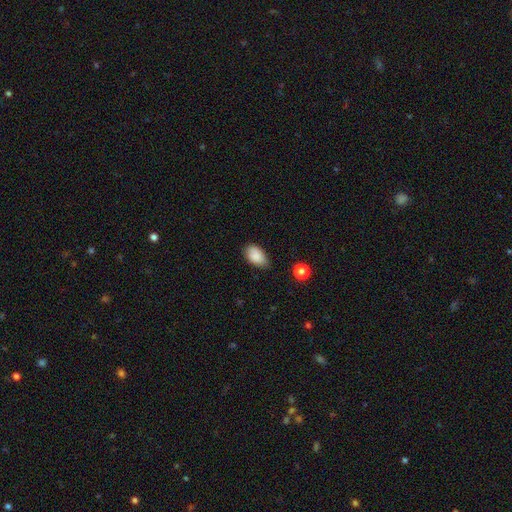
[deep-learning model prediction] A smooth galaxy with no disk features (87%) that is in between round and cigar-shaped (92%).

Vote fractions:
- Smooth or featured? smooth: 87% / star or artifact: 8% / featured or disk: 5%
- How rounded? in between: 92% / round: 6% / cigar-shaped: 2%
- Merging? none: 71% / minor disturbance: 23% / major disturbance: 4% / merger: 2%